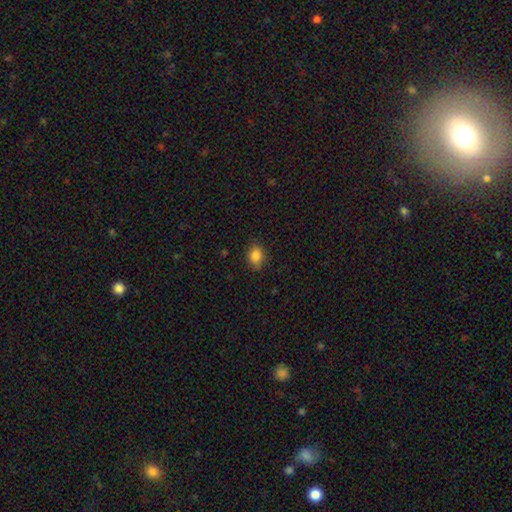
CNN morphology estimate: This is clearly a smooth galaxy (84%). How rounded: likely in between (67%). Merging: clearly none (83%).